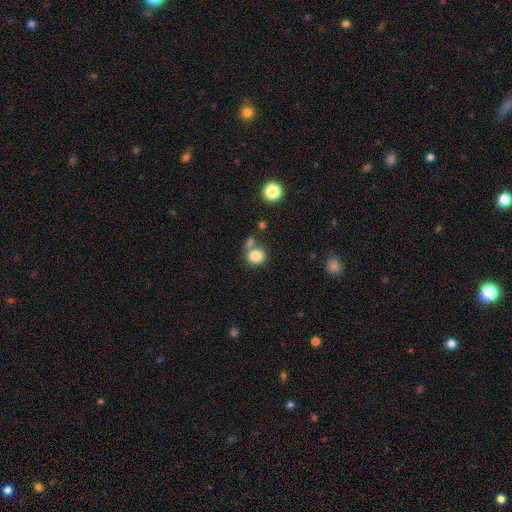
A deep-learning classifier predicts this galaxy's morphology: Q: Smooth or featured?
A: smooth (83%); runner-up: star or artifact (10%)
Q: How rounded?
A: round (69%); runner-up: in between (29%)
Q: Merging?
A: none (54%); runner-up: merger (28%)